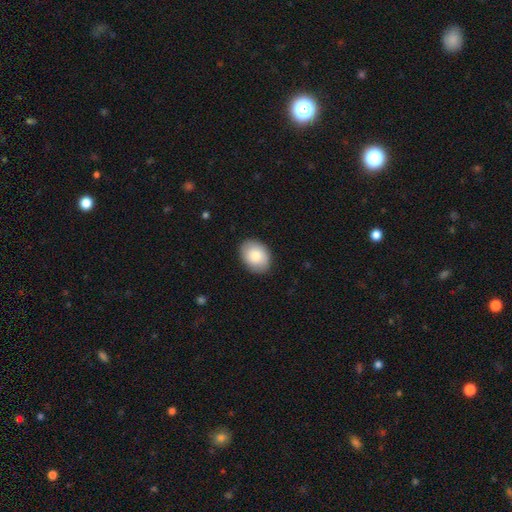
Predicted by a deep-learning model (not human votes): Smooth or featured: smooth — 83% (featured or disk — 10%)
How rounded: in between — 67% (round — 32%)
Merging: none — 88% (minor disturbance — 9%)